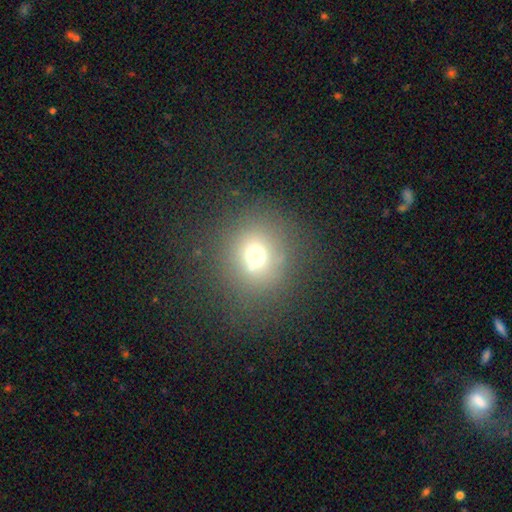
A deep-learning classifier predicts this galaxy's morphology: type=smooth (68%); roundness=round (86%); merging=none (78%).